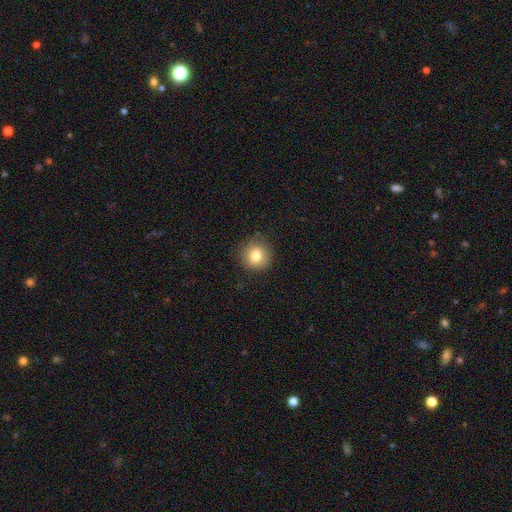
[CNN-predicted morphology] smooth-or-featured: smooth: 80% | star or artifact: 10% | featured or disk: 10%
  how-rounded: round: 90% | in between: 9% | cigar-shaped: 1%
  merging: none: 87% | minor disturbance: 9% | major disturbance: 3% | merger: 1%